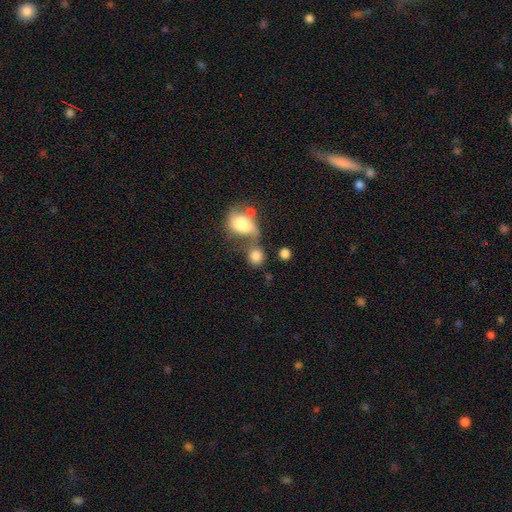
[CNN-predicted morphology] Q: Smooth or featured?
A: smooth (79%); runner-up: featured or disk (12%)
Q: How rounded?
A: round (72%); runner-up: in between (26%)
Q: Merging?
A: merger (44%); runner-up: none (35%)